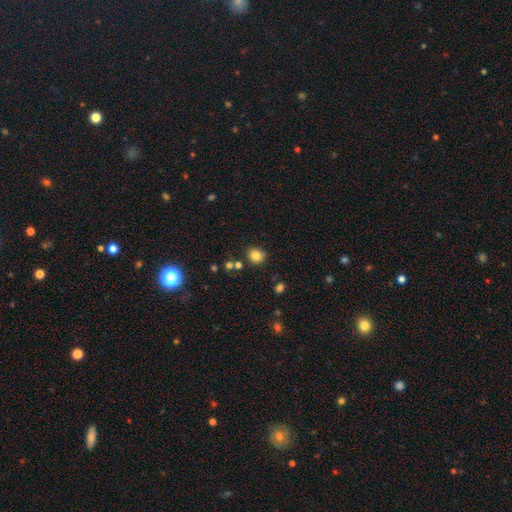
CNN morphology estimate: Overall: smooth (82%). How rounded: round (79%). Merging: none (81%).